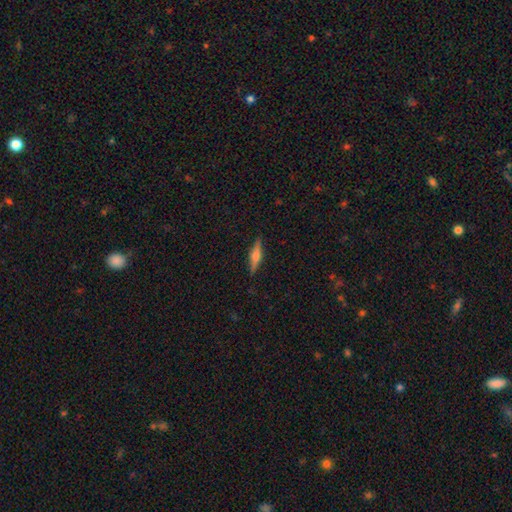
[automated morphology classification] A featured or disk galaxy (56%) viewed edge-on (96%) with a rounded central bulge (82%).

Vote fractions:
- Smooth or featured? featured or disk: 56% / smooth: 37% / star or artifact: 7%
- Edge-on disk? yes: 96% / no: 4%
- Edge-on bulge? rounded: 82% / boxy: 12% / none: 6%
- Merging? none: 89% / minor disturbance: 8% / major disturbance: 2% / merger: 1%